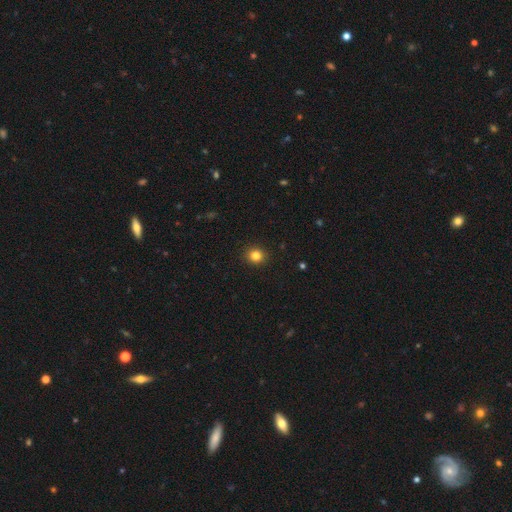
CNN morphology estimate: smooth-or-featured: smooth: 83% | star or artifact: 12% | featured or disk: 5%
  how-rounded: round: 87% | in between: 12% | cigar-shaped: 1%
  merging: none: 92% | minor disturbance: 5% | major disturbance: 2% | merger: 1%